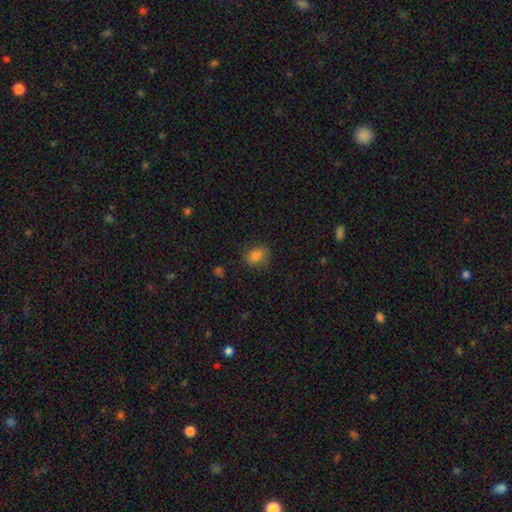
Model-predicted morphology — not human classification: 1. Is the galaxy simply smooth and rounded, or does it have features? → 80% smooth, 12% star or artifact, 8% featured or disk.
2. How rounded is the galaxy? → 54% in between, 45% round, 1% cigar-shaped.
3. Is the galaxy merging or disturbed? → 74% none, 19% minor disturbance, 6% major disturbance, 1% merger.